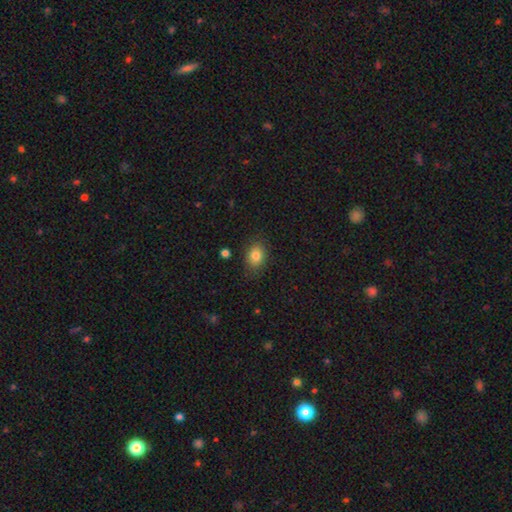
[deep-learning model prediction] A smooth galaxy with no disk features (82%) that is in between round and cigar-shaped (66%). Merging: none (83%).